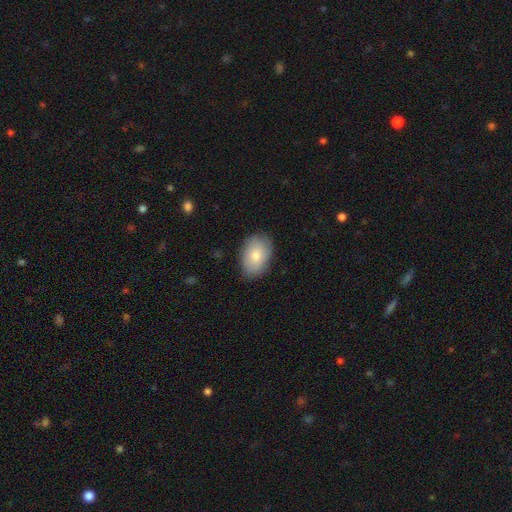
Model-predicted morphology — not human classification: This appears to be a smooth galaxy with no disk features (79%) that is in between round and cigar-shaped (85%). Merging: none (83%).